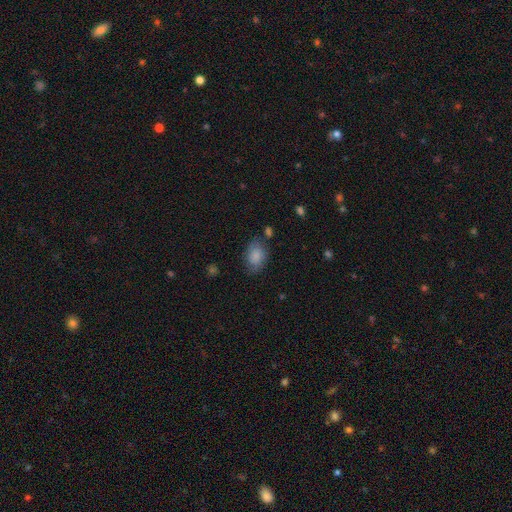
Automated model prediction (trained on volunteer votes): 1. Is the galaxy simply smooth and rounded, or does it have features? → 83% smooth, 10% featured or disk, 7% star or artifact.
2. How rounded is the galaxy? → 84% in between, 14% round, 1% cigar-shaped.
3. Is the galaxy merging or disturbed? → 69% none, 21% minor disturbance, 6% major disturbance, 4% merger.